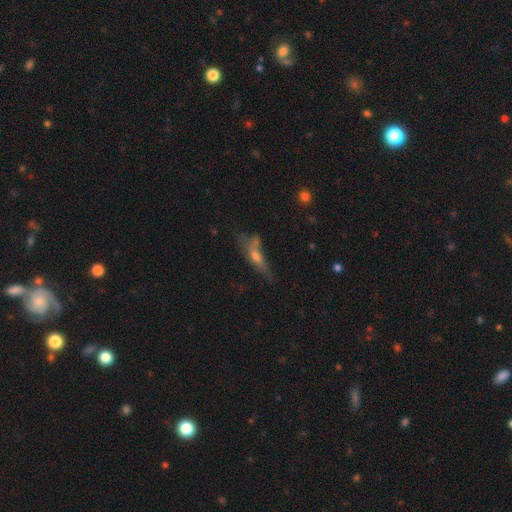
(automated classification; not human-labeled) Morphology: type=featured or disk (47%); merging=none (43%).